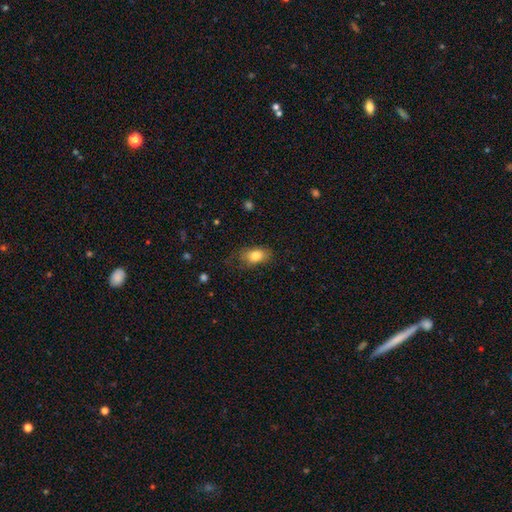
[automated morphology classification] This appears to be a smooth galaxy with no disk features (82%) that is in between round and cigar-shaped (85%). Merging: none (67%).